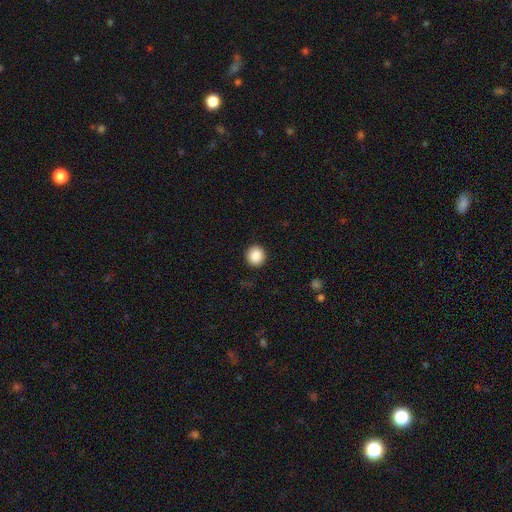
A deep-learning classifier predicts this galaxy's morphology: smooth_or_featured: smooth (p=0.88) [alt: star or artifact p=0.09]
how_rounded: round (p=0.92) [alt: in between p=0.07]
merging: none (p=0.92) [alt: minor disturbance p=0.05]